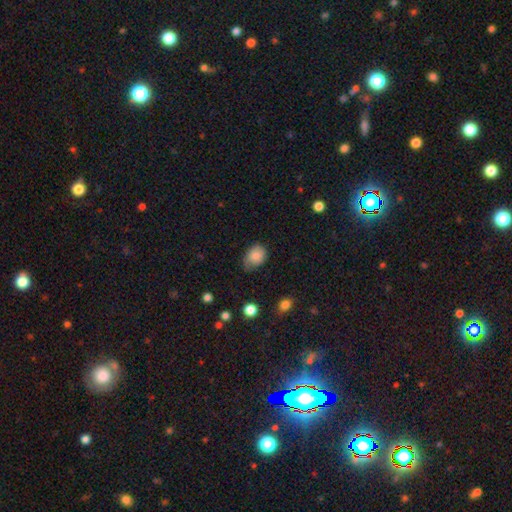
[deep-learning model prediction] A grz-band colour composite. It shows a smooth galaxy with no disk features (80%) that is in between round and cigar-shaped (60%). Merging: none (50%).